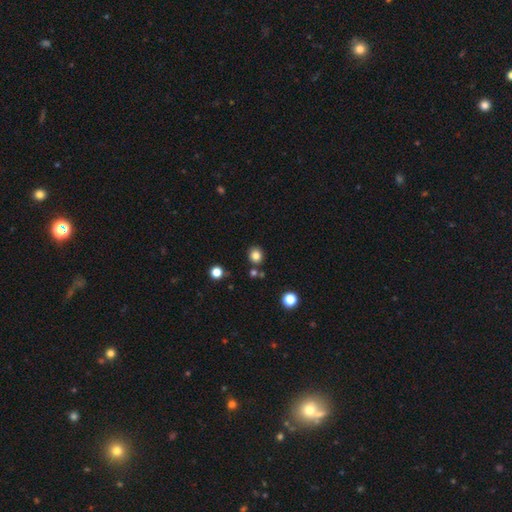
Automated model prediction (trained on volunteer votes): smooth 83%, star or artifact 12%, featured or disk 5%. Down the decision tree: how rounded — round (84%); merging — none (83%).